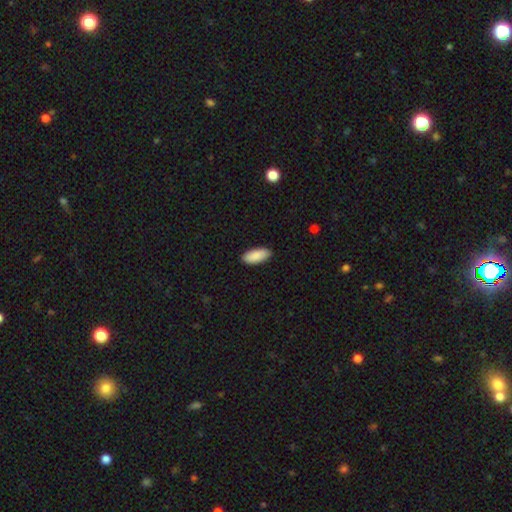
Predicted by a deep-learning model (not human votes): The model was most divided on "how rounded": in between: 88%, cigar-shaped: 11%, round: 2%. More confident: smooth or featured — smooth (90%); merging — none (89%).